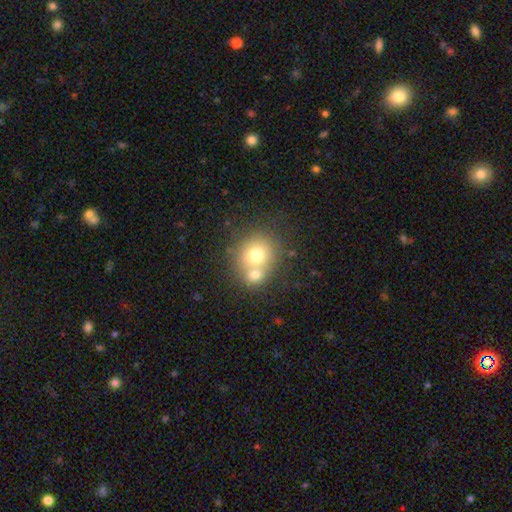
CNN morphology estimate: type=smooth (70%); roundness=round (77%); merging=merger (50%).